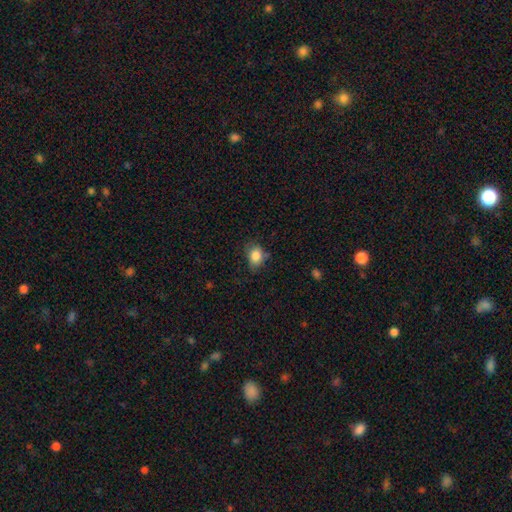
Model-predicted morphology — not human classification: smooth_or_featured: smooth (p=0.84) [alt: star or artifact p=0.09]
how_rounded: in between (p=0.67) [alt: round p=0.32]
merging: none (p=0.63) [alt: minor disturbance p=0.27]